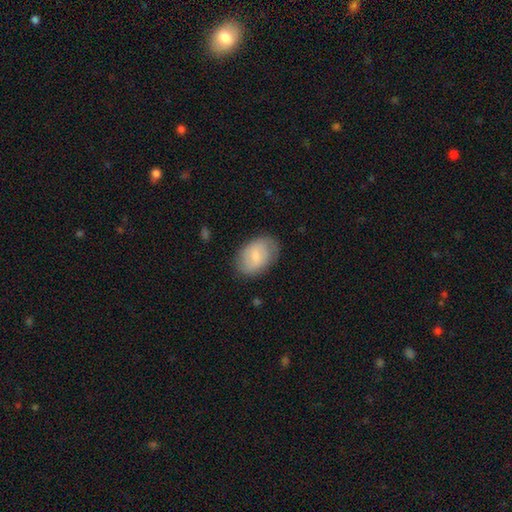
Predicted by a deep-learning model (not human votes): Overall: smooth (60%; featured or disk 33%). How rounded: in between (85%). Merging: none (77%).